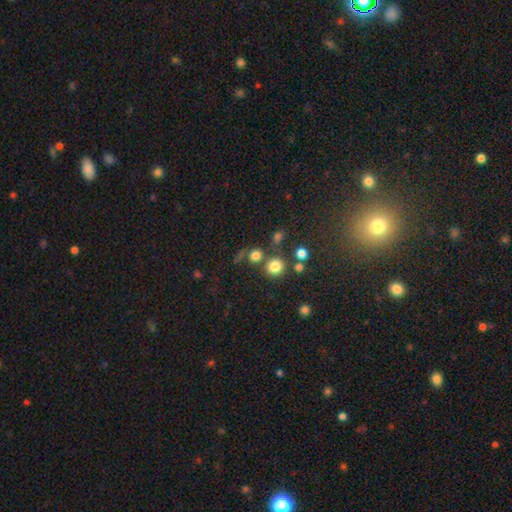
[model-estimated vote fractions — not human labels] Smooth or featured? smooth (75%)
How rounded? round (85%)
Merging? none (64%)